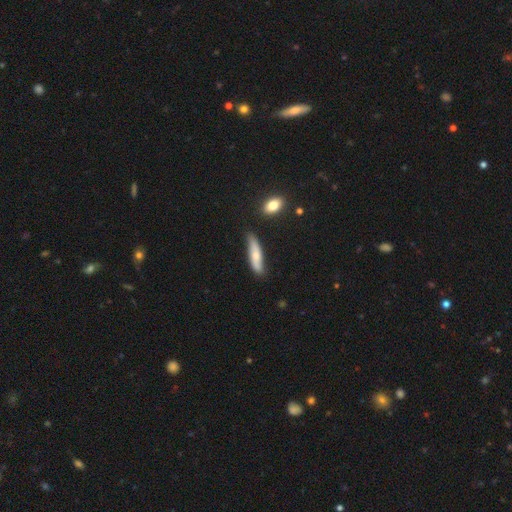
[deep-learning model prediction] Smooth or featured? Predicted: smooth (p=0.59). How rounded? Predicted: cigar-shaped (p=0.72). Merging? Predicted: none (p=0.70).